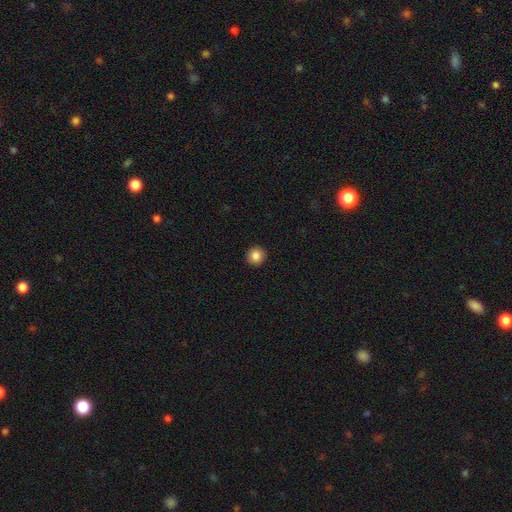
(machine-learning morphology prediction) A smooth galaxy with no disk features (86%) that is round (93%).

Vote fractions:
- Smooth or featured? smooth: 86% / star or artifact: 10% / featured or disk: 4%
- How rounded? round: 93% / in between: 6% / cigar-shaped: 1%
- Merging? none: 93% / minor disturbance: 5% / major disturbance: 2% / merger: 1%